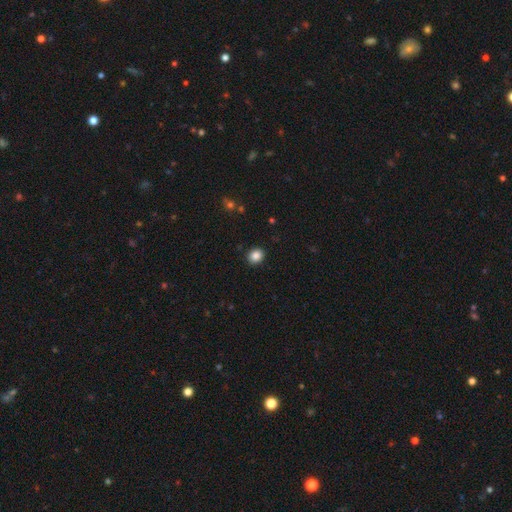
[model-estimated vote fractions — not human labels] smooth 86%, star or artifact 10%, featured or disk 4%. Down the decision tree: how rounded — round (68%); merging — none (91%).